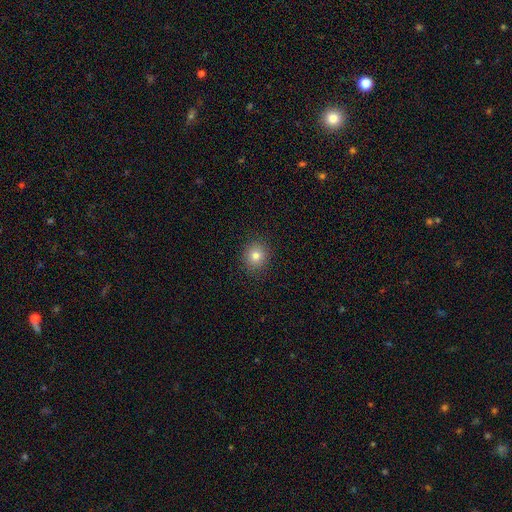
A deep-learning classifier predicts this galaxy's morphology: A smooth galaxy with no disk features (80%) that is round (85%). Merging: none (90%).